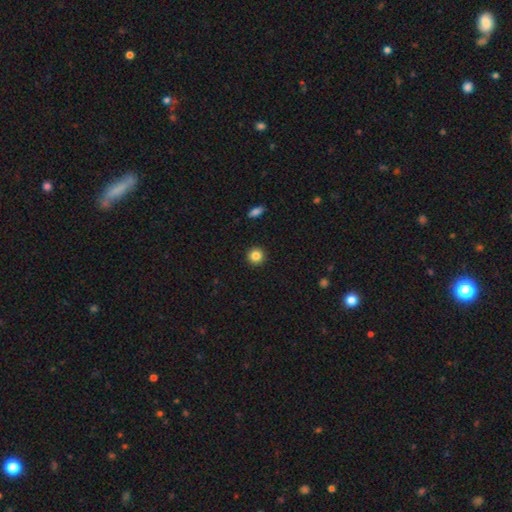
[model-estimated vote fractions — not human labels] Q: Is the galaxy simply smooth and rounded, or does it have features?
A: smooth — 85%.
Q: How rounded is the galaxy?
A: round — 95%.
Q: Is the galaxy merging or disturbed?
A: none — 93%.